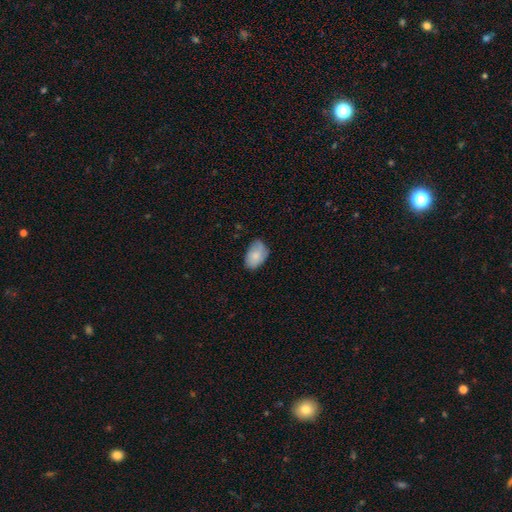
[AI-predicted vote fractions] Q: Smooth or featured?
A: smooth (78%); runner-up: featured or disk (15%)
Q: How rounded?
A: in between (89%); runner-up: round (9%)
Q: Merging?
A: none (60%); runner-up: minor disturbance (32%)